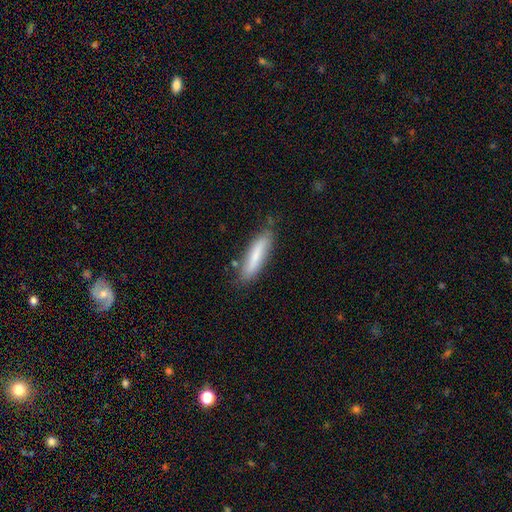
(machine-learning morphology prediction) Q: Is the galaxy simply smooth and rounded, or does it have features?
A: smooth — 73%.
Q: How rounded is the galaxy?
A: cigar-shaped — 76%.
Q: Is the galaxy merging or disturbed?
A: none — 74%.